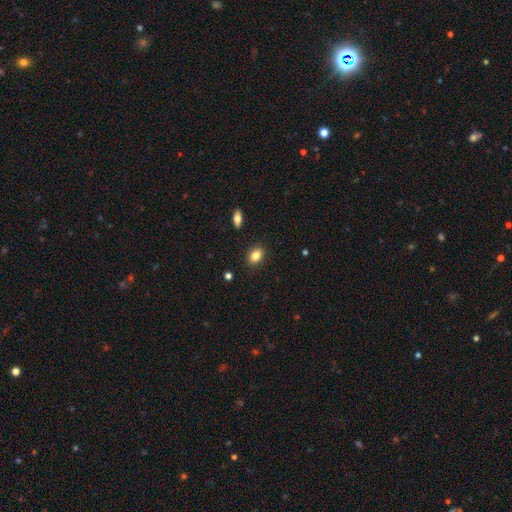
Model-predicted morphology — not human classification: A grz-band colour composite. It shows a smooth galaxy with no disk features (84%) that is in between round and cigar-shaped (74%). Merging: none (88%).